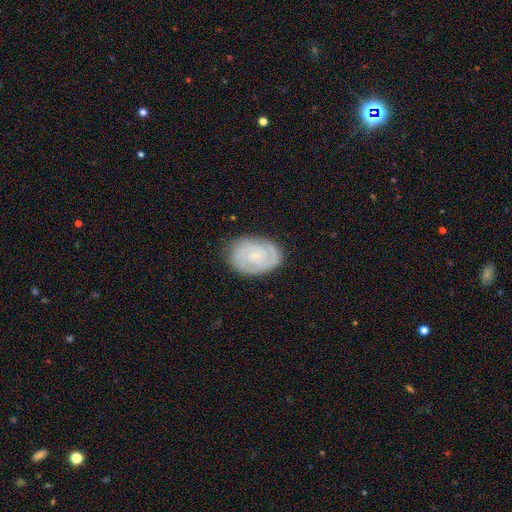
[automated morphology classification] type=featured or disk (74%); edge-on=no (97%); bar=no (70%); spiral arms=yes (94%); winding=tight (69%); arm count=2 (39%); bulge=small (74%); merging=none (79%).